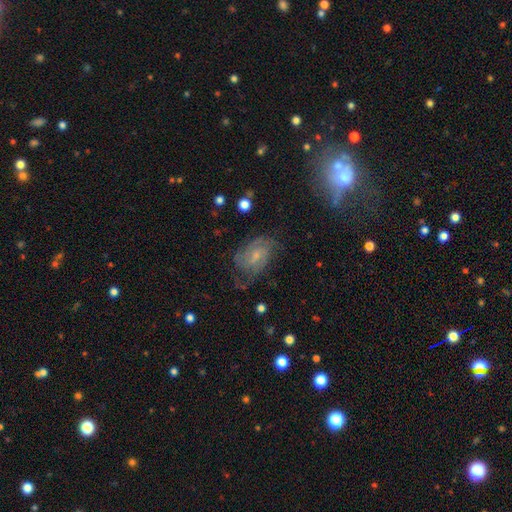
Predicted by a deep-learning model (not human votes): featured or disk 71%, smooth 19%, star or artifact 10%. Down the decision tree: edge-on disk — no (97%); bar — weak (48%); spiral arms — yes (90%); spiral arm count — 2 (35%); spiral winding — tight (44%); bulge size — small (56%); merging — none (61%).